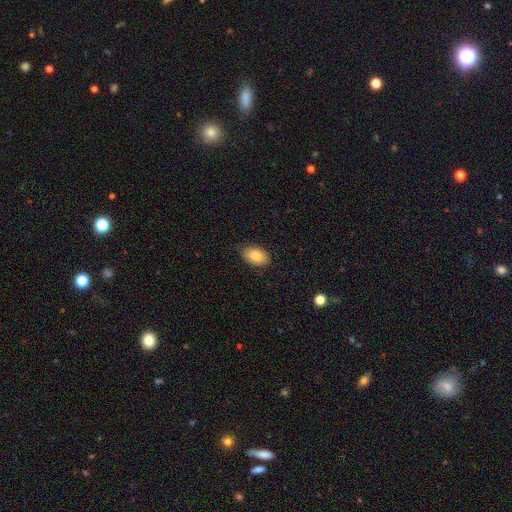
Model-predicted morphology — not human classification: Smooth or featured? smooth (81%)
How rounded? in between (91%)
Merging? none (85%)